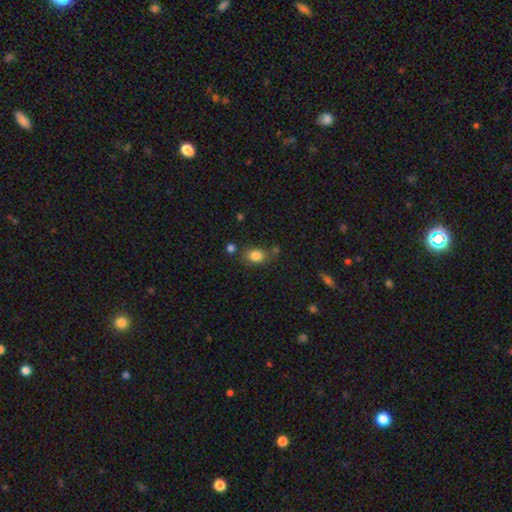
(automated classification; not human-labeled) Q: Smooth or featured?
A: smooth (84%); runner-up: star or artifact (10%)
Q: How rounded?
A: in between (61%); runner-up: round (38%)
Q: Merging?
A: none (70%); runner-up: minor disturbance (16%)